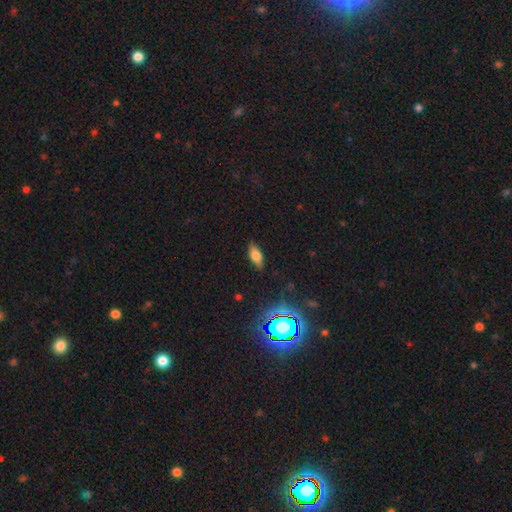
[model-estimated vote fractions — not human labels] Overall: smooth (68%). How rounded: in between (80%). Merging: none (85%).